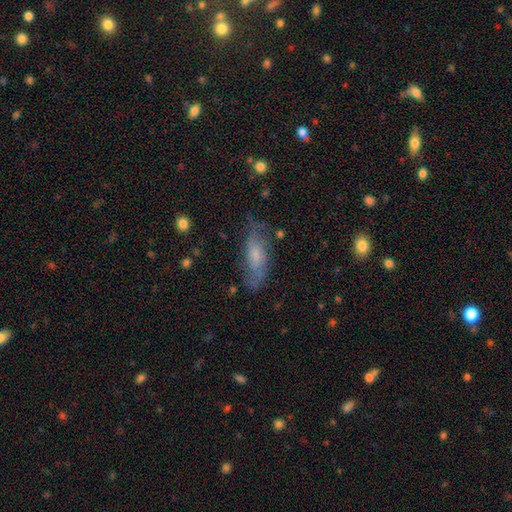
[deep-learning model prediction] This is possibly a featured or disk galaxy (53%). It is clearly not viewed edge-on (81%). Merging: likely none (68%).